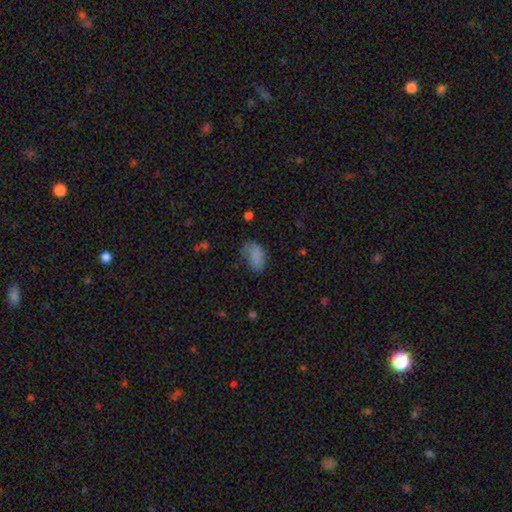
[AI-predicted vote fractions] smooth_or_featured: smooth (p=0.81) [alt: star or artifact p=0.10]
how_rounded: in between (p=0.91) [alt: round p=0.07]
merging: none (p=0.54) [alt: minor disturbance p=0.31]